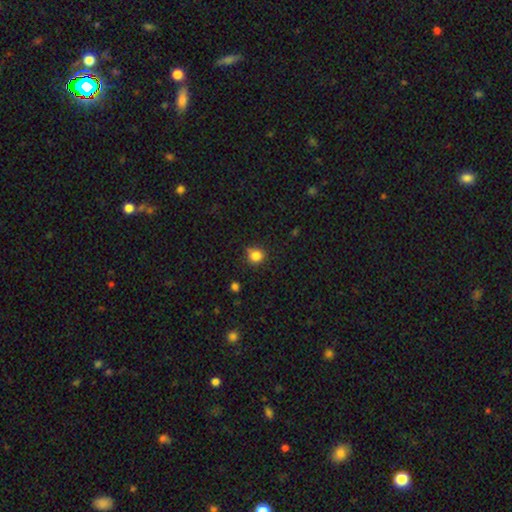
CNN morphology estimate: type=smooth (83%); roundness=round (88%); merging=none (79%).